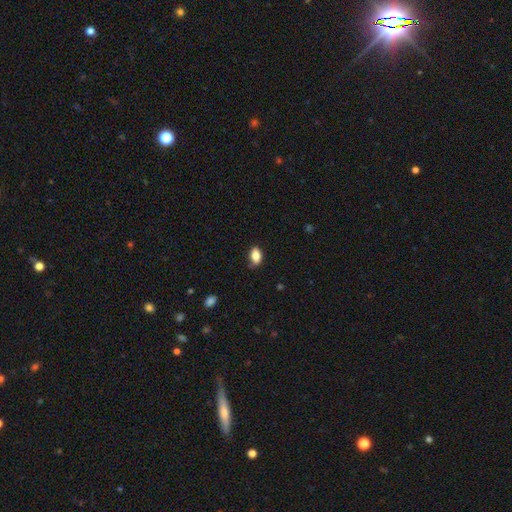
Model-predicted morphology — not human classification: Smooth or featured: smooth — 84% (star or artifact — 8%)
How rounded: in between — 89% (round — 9%)
Merging: none — 73% (minor disturbance — 22%)